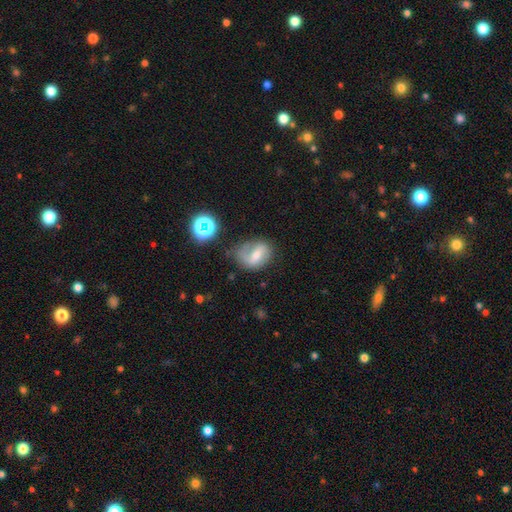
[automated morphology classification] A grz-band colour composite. It shows a featured or disk galaxy (49%). Merging: none (45%).